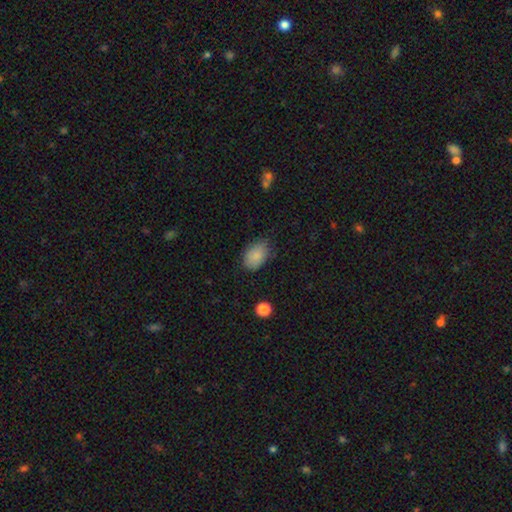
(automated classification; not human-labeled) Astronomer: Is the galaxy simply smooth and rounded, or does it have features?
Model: smooth — 86%.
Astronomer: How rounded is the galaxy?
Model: in between — 86%.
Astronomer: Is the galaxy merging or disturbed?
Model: none — 75%.